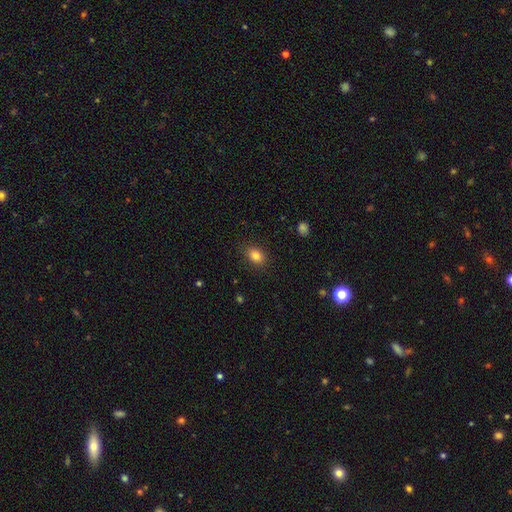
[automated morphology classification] This is clearly a smooth galaxy (83%). How rounded: likely in between (70%). Merging: clearly none (86%).